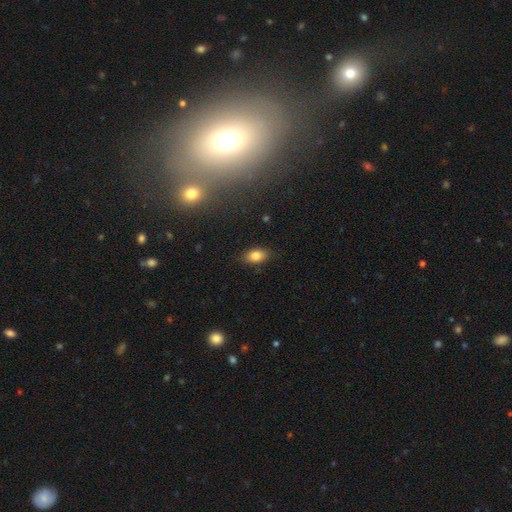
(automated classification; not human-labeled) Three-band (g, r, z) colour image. It shows a smooth galaxy with no disk features (81%) that is in between round and cigar-shaped (86%). Merging: none (86%).